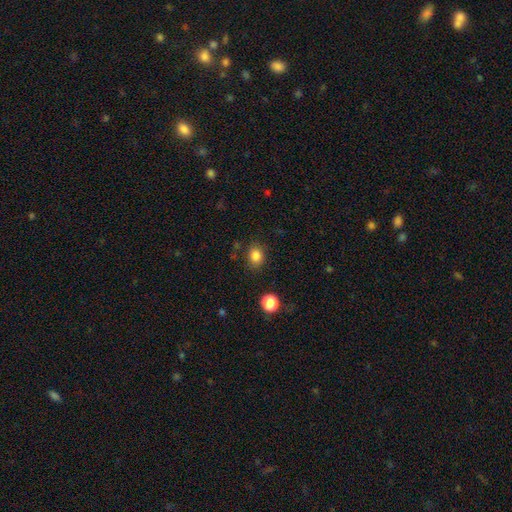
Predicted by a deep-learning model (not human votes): The model was most divided on "how rounded": round: 57%, in between: 42%, cigar-shaped: 1%. More confident: smooth or featured — smooth (84%); merging — none (82%).